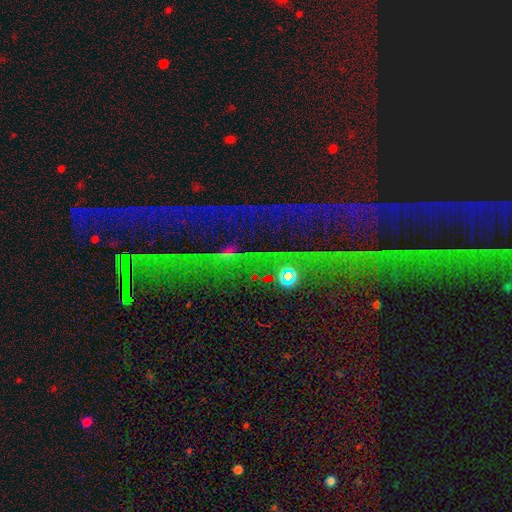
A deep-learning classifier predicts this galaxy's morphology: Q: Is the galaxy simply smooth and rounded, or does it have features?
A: star or artifact — 84%.